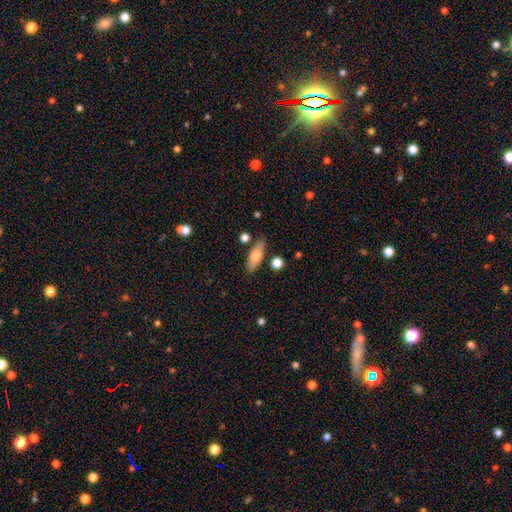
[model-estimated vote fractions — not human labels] smooth_or_featured: smooth (p=0.75) [alt: featured or disk p=0.18]
how_rounded: in between (p=0.68) [alt: cigar-shaped p=0.29]
merging: none (p=0.81) [alt: minor disturbance p=0.12]